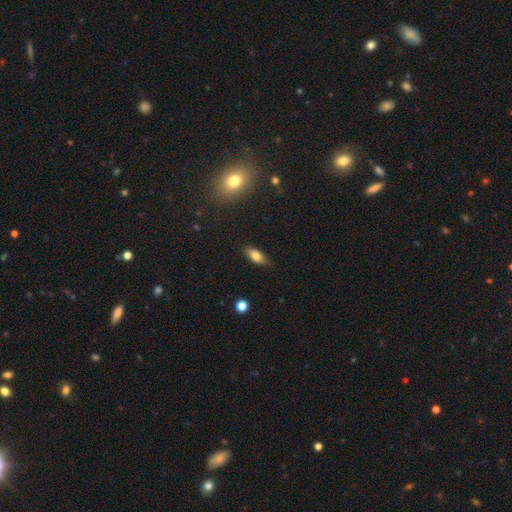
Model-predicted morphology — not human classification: type=smooth (76%); roundness=in between (80%); merging=none (81%).